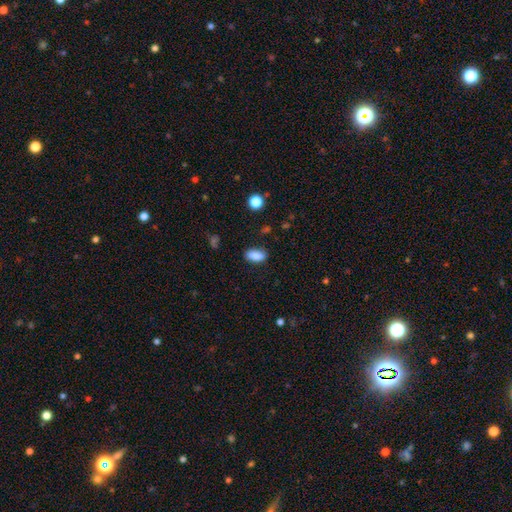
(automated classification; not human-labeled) The model was most divided on "merging": none: 83%, minor disturbance: 12%, major disturbance: 3%, merger: 2%. More confident: smooth or featured — smooth (86%); how rounded — in between (86%).